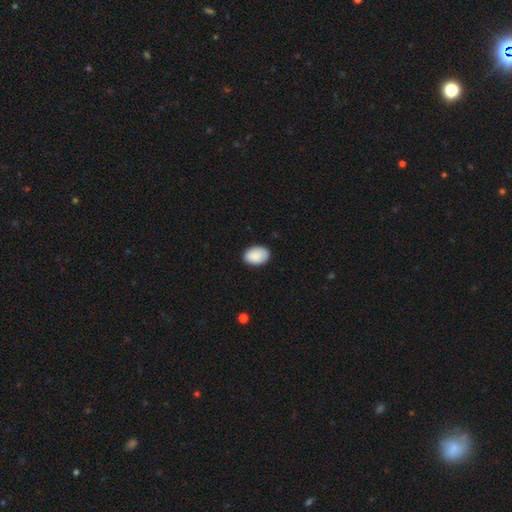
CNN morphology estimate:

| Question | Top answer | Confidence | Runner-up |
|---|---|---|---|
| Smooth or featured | smooth | 89% | star or artifact (6%) |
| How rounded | in between | 86% | round (13%) |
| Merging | none | 86% | minor disturbance (11%) |